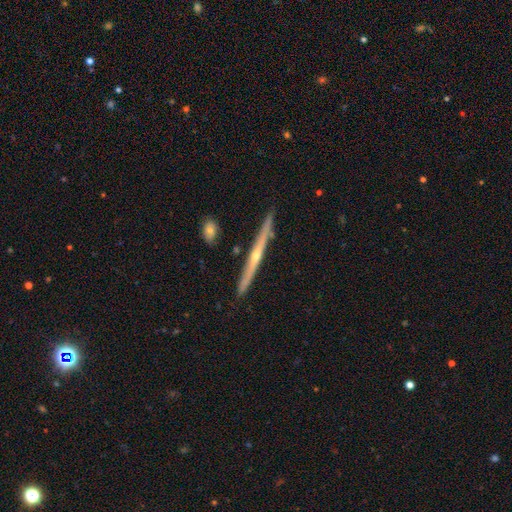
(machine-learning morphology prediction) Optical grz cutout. It shows a featured or disk galaxy (78%) viewed edge-on (98%) with a rounded central bulge (77%). Merging: none (88%).